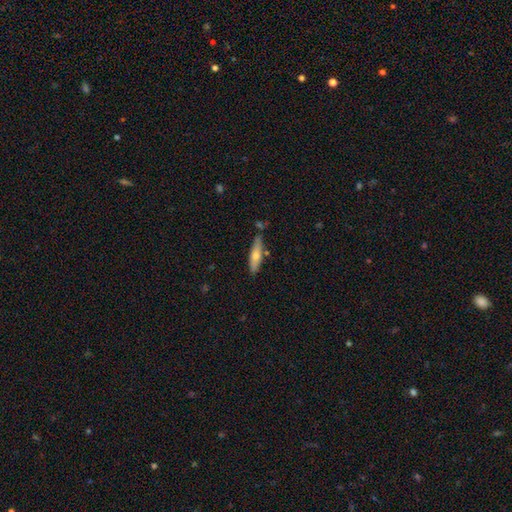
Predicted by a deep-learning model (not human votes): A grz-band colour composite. It shows a smooth galaxy with no disk features (60%) that is cigar-shaped (74%). Merging: none (77%).